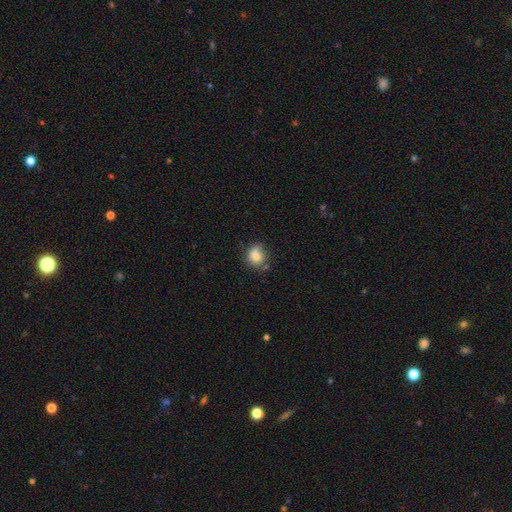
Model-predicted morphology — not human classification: Smooth or featured? Predicted: smooth (p=0.76). How rounded? Predicted: round (p=0.65). Merging? Predicted: none (p=0.52).